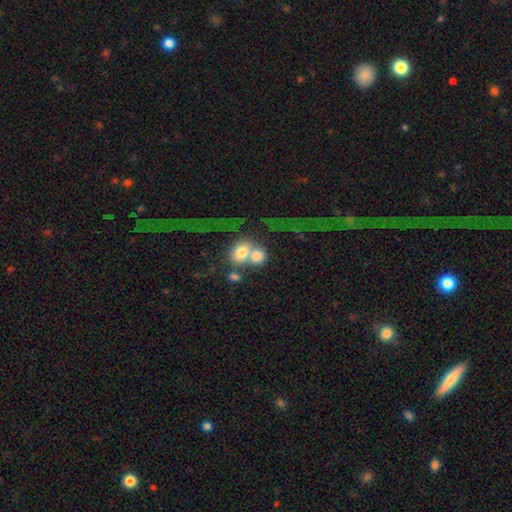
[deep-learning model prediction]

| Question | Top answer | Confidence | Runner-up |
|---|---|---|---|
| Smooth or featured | smooth | 69% | featured or disk (20%) |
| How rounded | round | 61% | in between (37%) |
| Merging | merger | 62% | none (21%) |